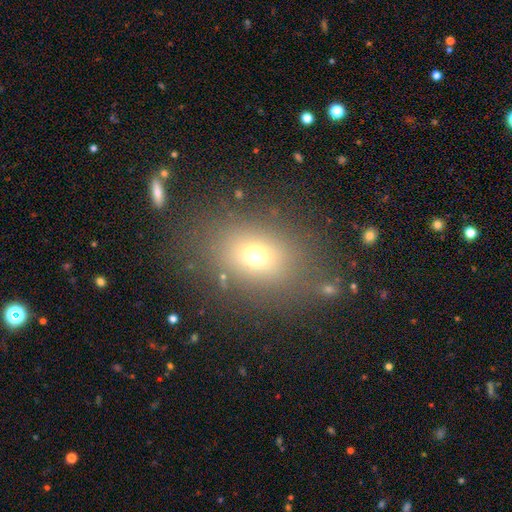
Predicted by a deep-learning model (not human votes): smooth-or-featured: smooth: 69% | star or artifact: 18% | featured or disk: 13%
  how-rounded: in between: 59% | round: 39% | cigar-shaped: 2%
  merging: none: 74% | minor disturbance: 12% | major disturbance: 9% | merger: 5%